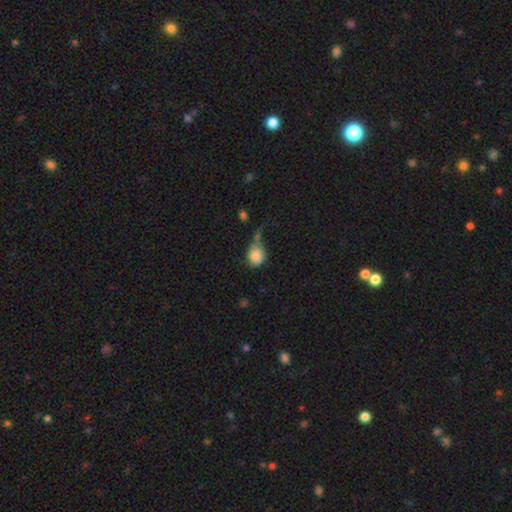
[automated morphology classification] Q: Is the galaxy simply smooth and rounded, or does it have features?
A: smooth — 81%.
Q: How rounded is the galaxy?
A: round — 68%.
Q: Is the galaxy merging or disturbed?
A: none — 29%.